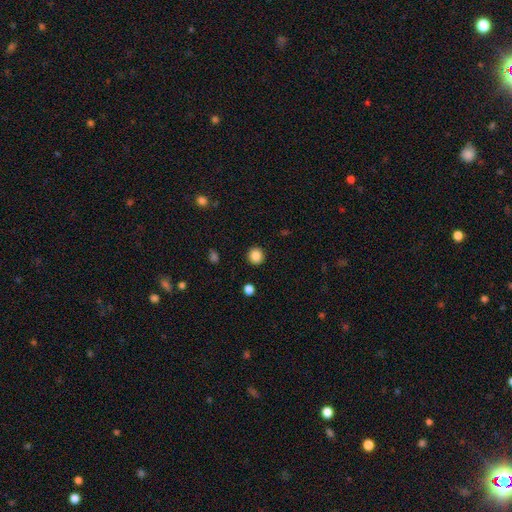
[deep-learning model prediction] Smooth or featured? smooth (86%)
How rounded? round (93%)
Merging? none (92%)